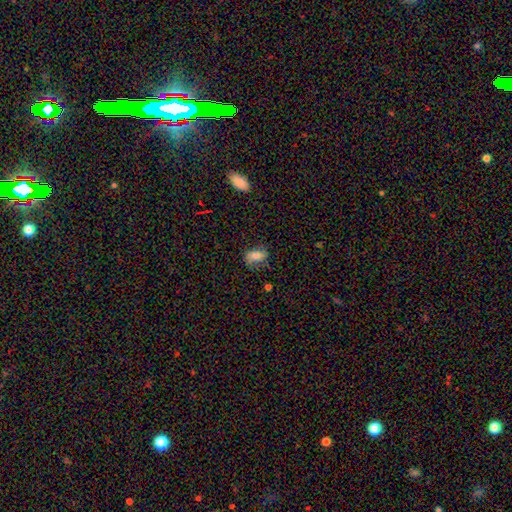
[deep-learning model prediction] This is likely a smooth galaxy (72%). How rounded: clearly in between (82%). Merging: likely none (73%).